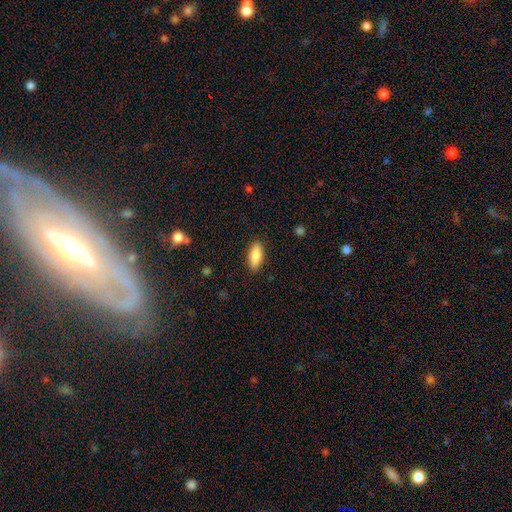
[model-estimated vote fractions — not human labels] smooth 87%, featured or disk 6%, star or artifact 6%. Down the decision tree: how rounded — in between (80%); merging — none (88%).